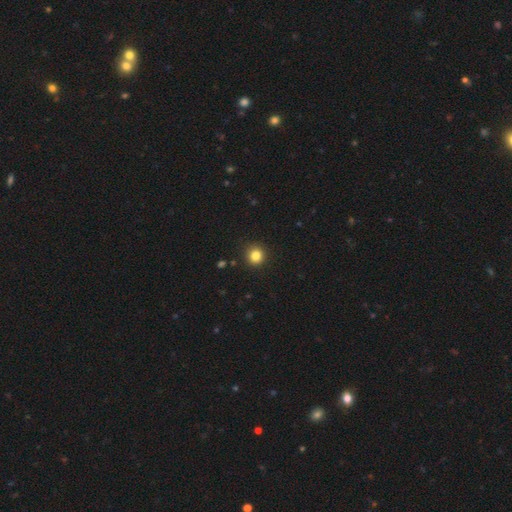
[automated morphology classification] Smooth or featured: smooth — 83% (star or artifact — 12%)
How rounded: round — 93% (in between — 6%)
Merging: none — 92% (minor disturbance — 5%)